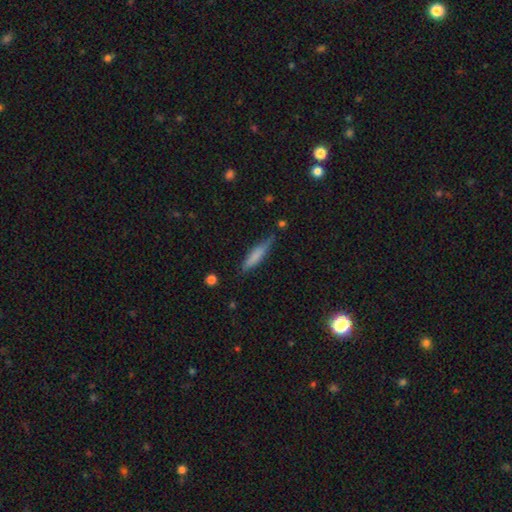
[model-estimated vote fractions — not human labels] Morphology: type=smooth (72%); roundness=cigar-shaped (83%); merging=none (72%).